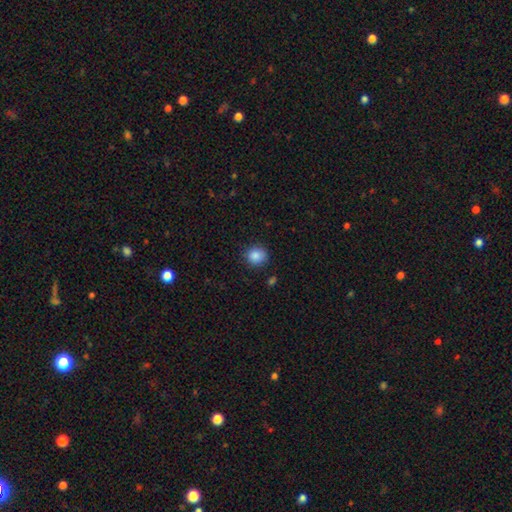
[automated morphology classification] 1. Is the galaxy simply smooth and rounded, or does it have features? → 87% smooth, 9% star or artifact, 4% featured or disk.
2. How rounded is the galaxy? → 88% round, 11% in between, 1% cigar-shaped.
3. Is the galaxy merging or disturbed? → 85% none, 10% minor disturbance, 3% major disturbance, 2% merger.